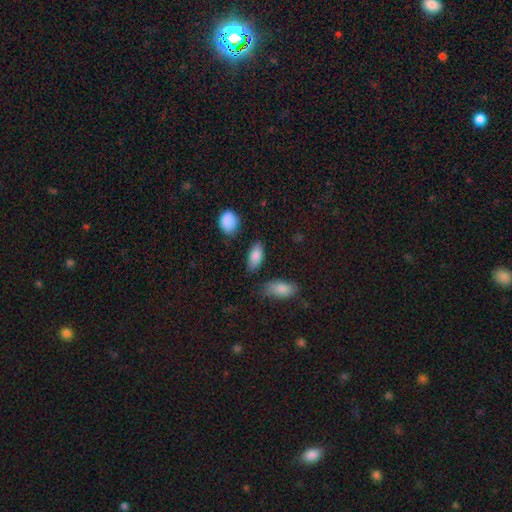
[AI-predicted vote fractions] smooth 85%, featured or disk 8%, star or artifact 7%. Down the decision tree: how rounded — in between (91%); merging — none (78%).